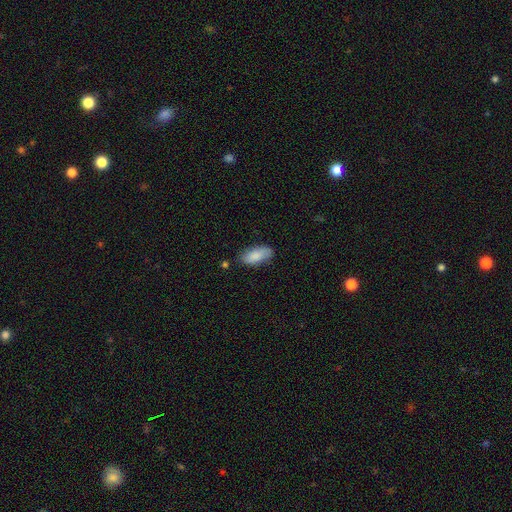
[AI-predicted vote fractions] smooth_or_featured: smooth (p=0.85) [alt: featured or disk p=0.09]
how_rounded: in between (p=0.88) [alt: cigar-shaped p=0.10]
merging: none (p=0.76) [alt: minor disturbance p=0.18]